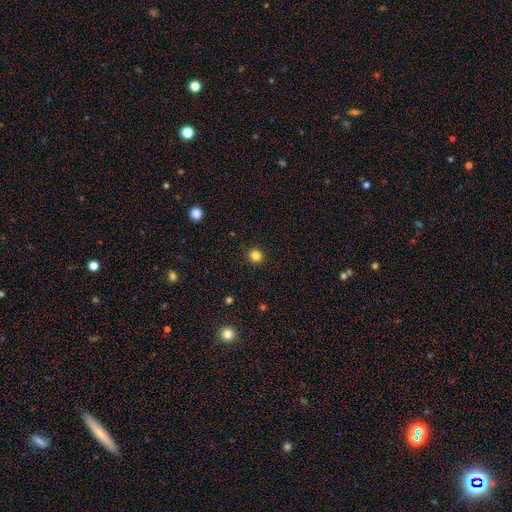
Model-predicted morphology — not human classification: Smooth or featured: smooth — 83% (star or artifact — 13%)
How rounded: round — 92% (in between — 7%)
Merging: none — 92% (minor disturbance — 5%)